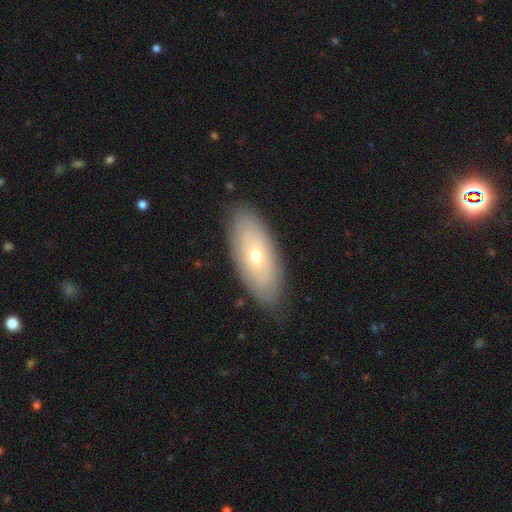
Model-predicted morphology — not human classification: Overall: smooth (51%; featured or disk 42%). How rounded: in between (84%). Merging: none (84%).